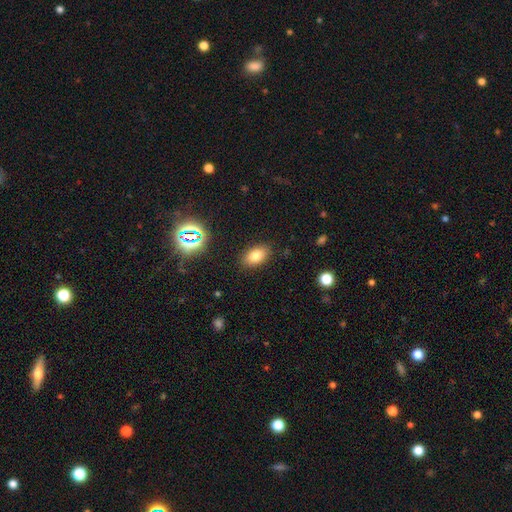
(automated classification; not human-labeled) Smooth or featured: smooth — 77% (star or artifact — 14%)
How rounded: in between — 88% (round — 10%)
Merging: none — 87% (minor disturbance — 9%)